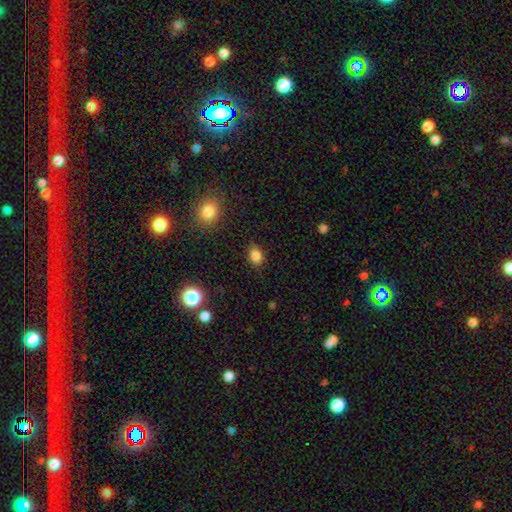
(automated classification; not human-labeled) This is clearly a smooth galaxy (84%). How rounded: likely in between (62%). Merging: clearly none (82%).